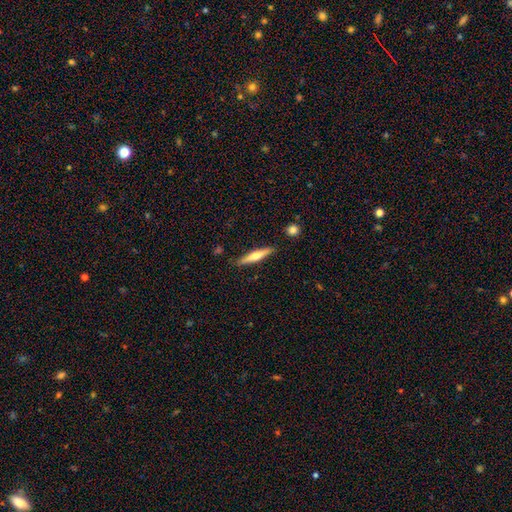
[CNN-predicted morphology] smooth_or_featured: featured or disk (p=0.48) [alt: smooth p=0.46]
merging: none (p=0.87) [alt: minor disturbance p=0.09]